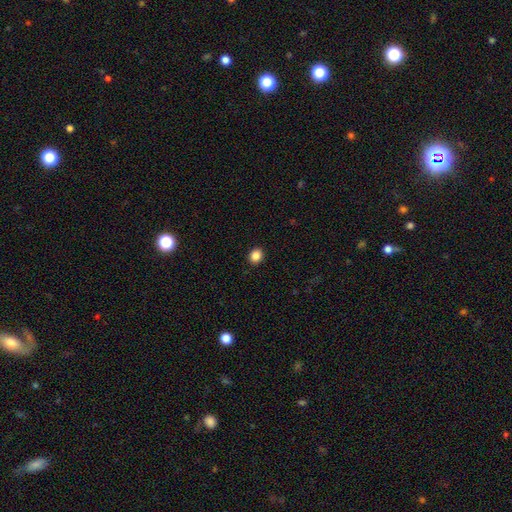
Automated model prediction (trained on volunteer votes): A smooth galaxy with no disk features (87%) that is round (73%).

Vote fractions:
- Smooth or featured? smooth: 87% / star or artifact: 10% / featured or disk: 3%
- How rounded? round: 73% / in between: 26% / cigar-shaped: 1%
- Merging? none: 92% / minor disturbance: 6% / major disturbance: 2% / merger: 1%